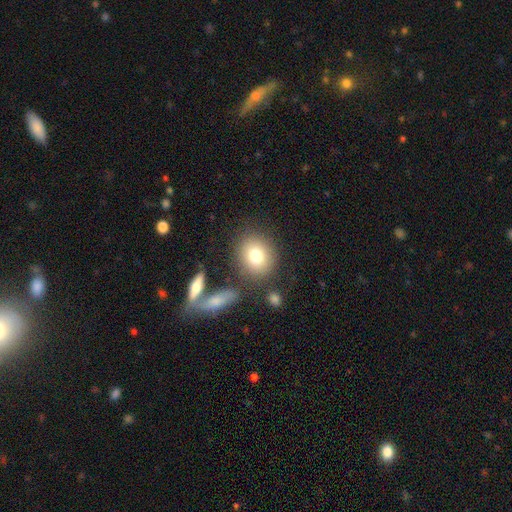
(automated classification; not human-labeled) Smooth or featured? smooth (77%)
How rounded? round (72%)
Merging? none (78%)